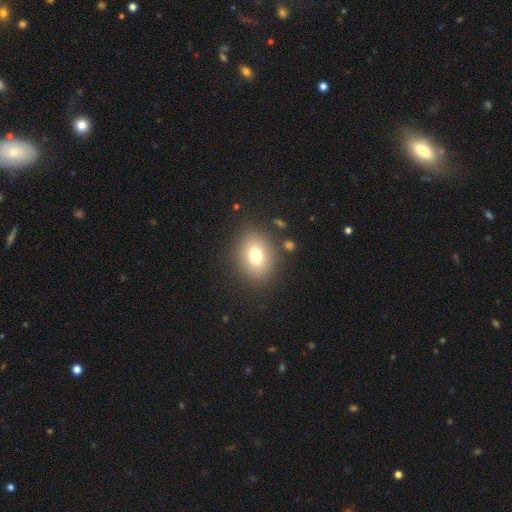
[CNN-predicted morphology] type=smooth (76%); roundness=in between (52%); merging=none (84%).